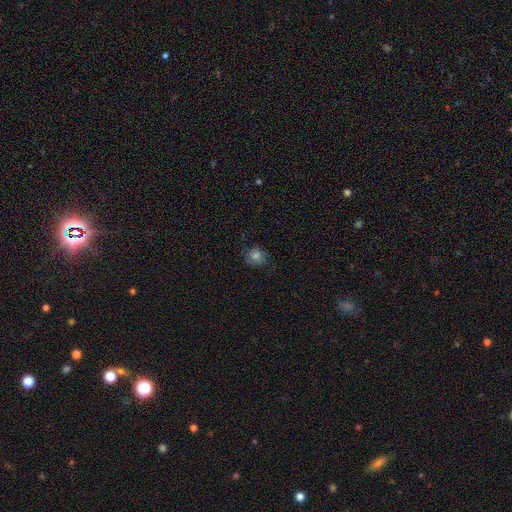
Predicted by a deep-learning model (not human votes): A smooth galaxy with no disk features (55%) that is round (77%).

Vote fractions:
- Smooth or featured? smooth: 55% / featured or disk: 25% / star or artifact: 20%
- How rounded? round: 77% / in between: 22% / cigar-shaped: 1%
- Merging? none: 75% / minor disturbance: 17% / major disturbance: 7% / merger: 1%